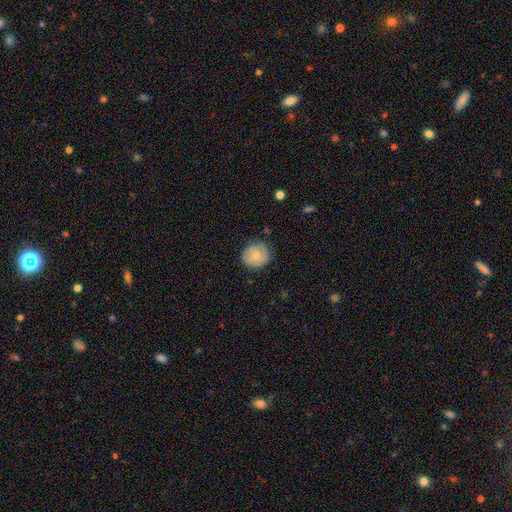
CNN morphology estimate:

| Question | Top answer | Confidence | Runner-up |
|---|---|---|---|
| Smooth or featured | smooth | 68% | featured or disk (25%) |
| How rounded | round | 87% | in between (12%) |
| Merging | none | 79% | minor disturbance (16%) |